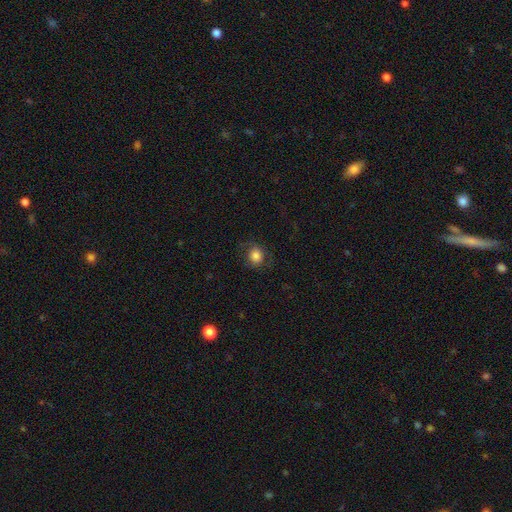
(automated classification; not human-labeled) Smooth or featured? Predicted: smooth (p=0.78). How rounded? Predicted: round (p=0.73). Merging? Predicted: none (p=0.70).